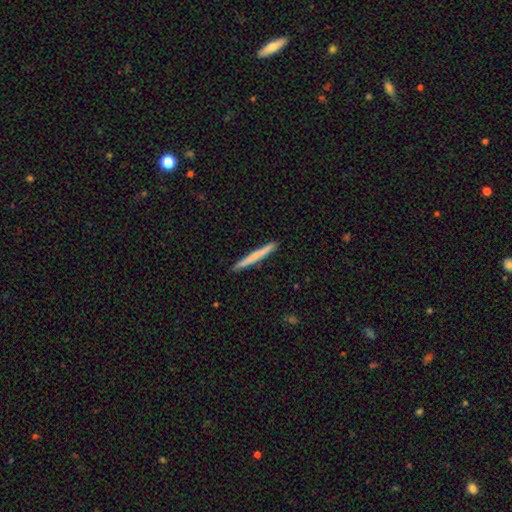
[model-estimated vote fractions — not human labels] A smooth galaxy with no disk features (64%) that is cigar-shaped (97%).

Vote fractions:
- Smooth or featured? smooth: 64% / featured or disk: 31% / star or artifact: 5%
- How rounded? cigar-shaped: 97% / in between: 2% / round: 1%
- Merging? none: 92% / minor disturbance: 6% / major disturbance: 1% / merger: 1%